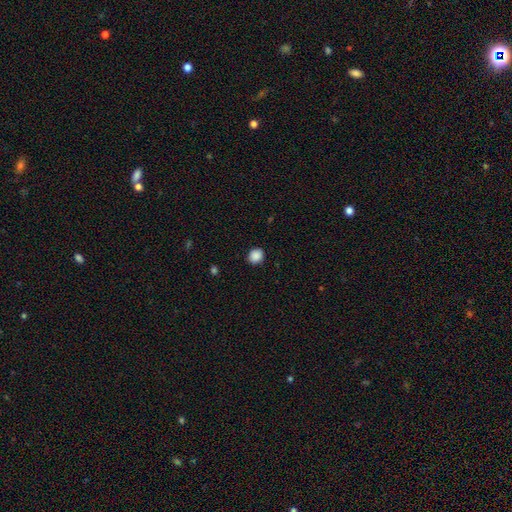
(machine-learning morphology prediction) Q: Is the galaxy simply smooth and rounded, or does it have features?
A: smooth — 89%.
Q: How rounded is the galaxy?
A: round — 77%.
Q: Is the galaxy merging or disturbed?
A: none — 90%.